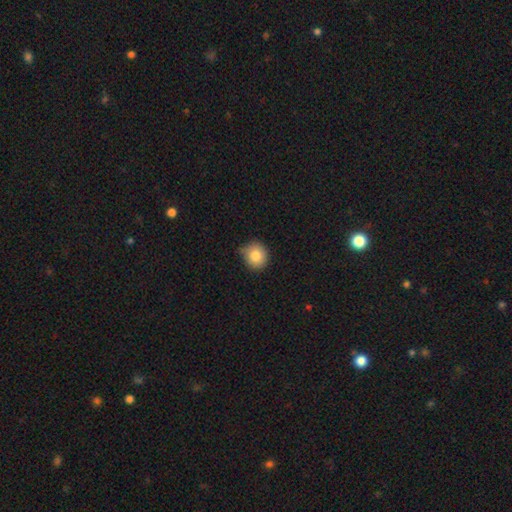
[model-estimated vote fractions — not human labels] This appears to be a smooth galaxy with no disk features (82%) that is round (89%). Merging: none (73%).